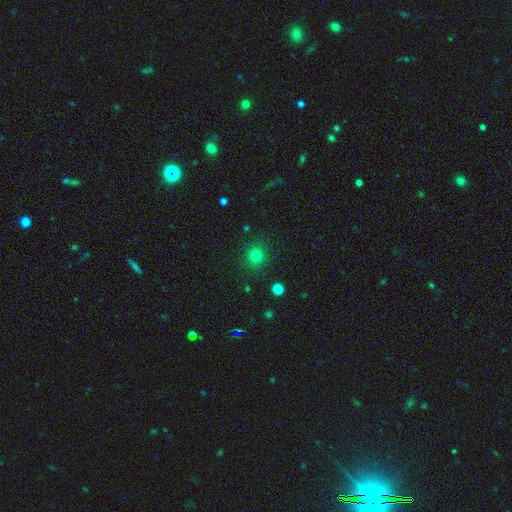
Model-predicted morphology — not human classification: type=smooth (79%); roundness=round (91%); merging=none (89%).